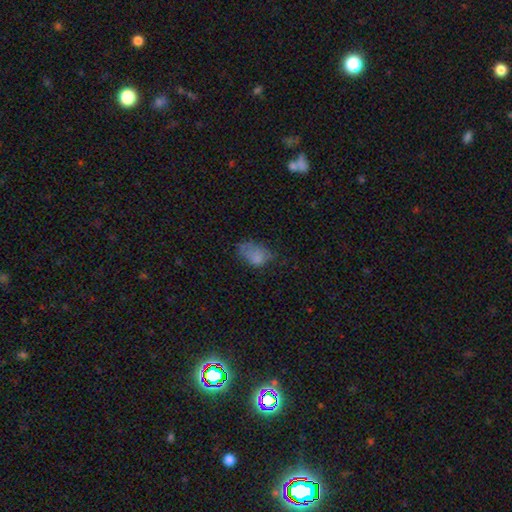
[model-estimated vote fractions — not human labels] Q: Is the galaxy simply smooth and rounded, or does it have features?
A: smooth — 71%.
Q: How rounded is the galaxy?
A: in between — 87%.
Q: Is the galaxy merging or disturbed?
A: none — 39%.